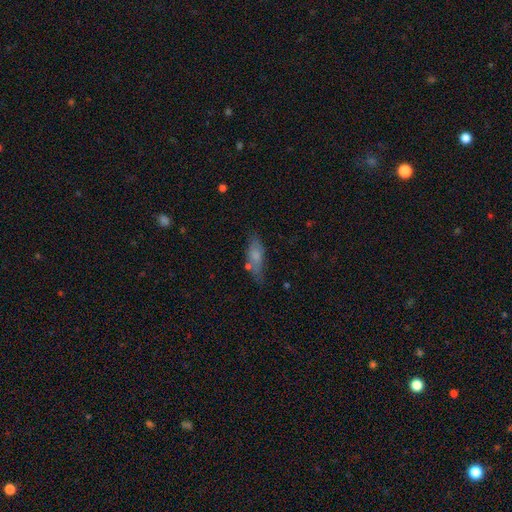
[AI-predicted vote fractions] This is likely a smooth galaxy (69%). How rounded: likely in between (63%). Merging: possibly none (59%).